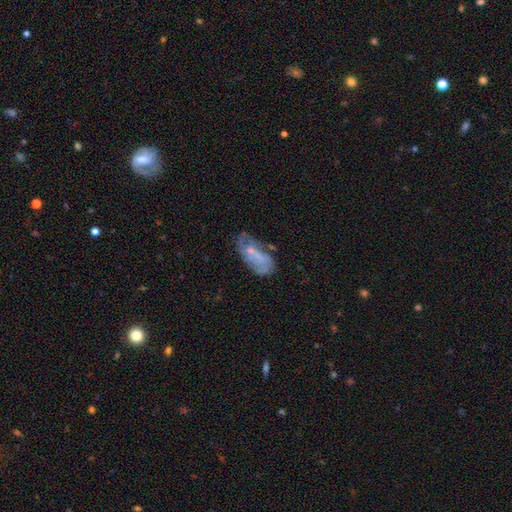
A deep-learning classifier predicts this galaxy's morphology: A featured or disk galaxy (59%) with no bar (55%), spiral arms (63%) and a small central bulge (59%).

Vote fractions:
- Smooth or featured? featured or disk: 59% / smooth: 32% / star or artifact: 9%
- Edge-on disk? no: 93% / yes: 7%
- Bar? no: 55% / weak: 34% / strong: 10%
- Spiral arms? yes: 63% / no: 37%
- Bulge size? small: 59% / moderate: 23% / none: 15% / large: 2% / dominant: 1%
- Merging? none: 48% / minor disturbance: 27% / major disturbance: 18% / merger: 7%